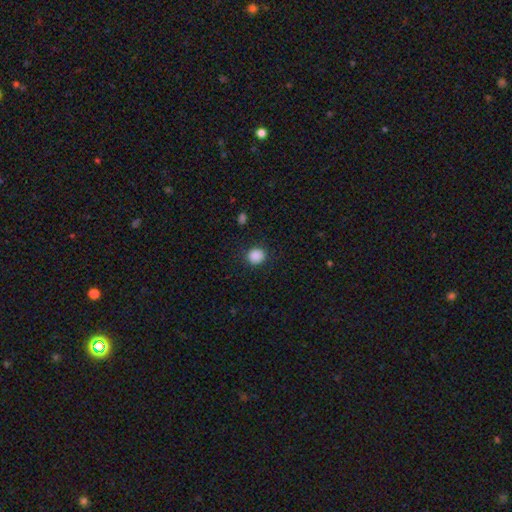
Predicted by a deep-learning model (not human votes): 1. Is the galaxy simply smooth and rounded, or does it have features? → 87% smooth, 10% star or artifact, 3% featured or disk.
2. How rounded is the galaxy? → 82% round, 17% in between, 1% cigar-shaped.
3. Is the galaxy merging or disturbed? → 88% none, 8% minor disturbance, 3% major disturbance, 1% merger.